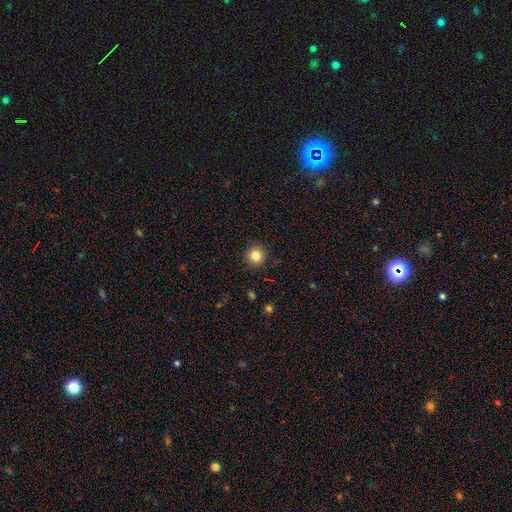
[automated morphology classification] This appears to be a smooth galaxy with no disk features (84%) that is round (94%). Merging: none (92%).